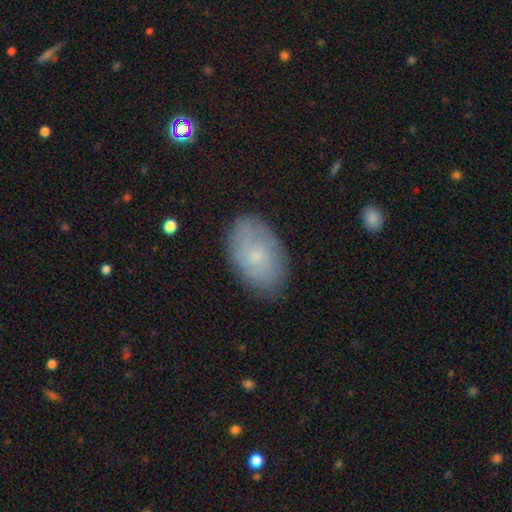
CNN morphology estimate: smooth_or_featured: smooth (p=0.63) [alt: featured or disk p=0.29]
how_rounded: in between (p=0.92) [alt: round p=0.07]
merging: none (p=0.79) [alt: minor disturbance p=0.16]